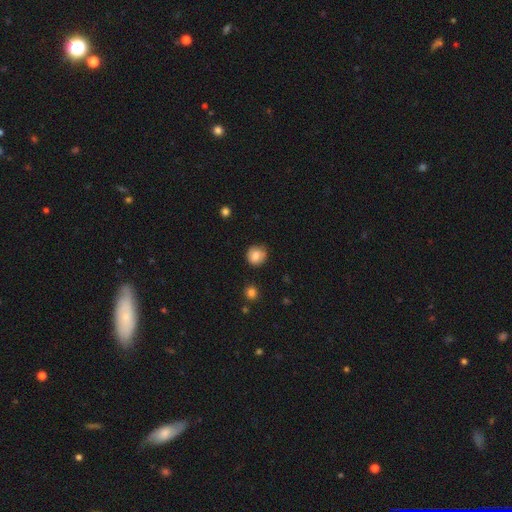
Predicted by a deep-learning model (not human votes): The model was most divided on "merging": none: 79%, minor disturbance: 16%, major disturbance: 3%, merger: 2%. More confident: how rounded — round (88%); smooth or featured — smooth (77%).